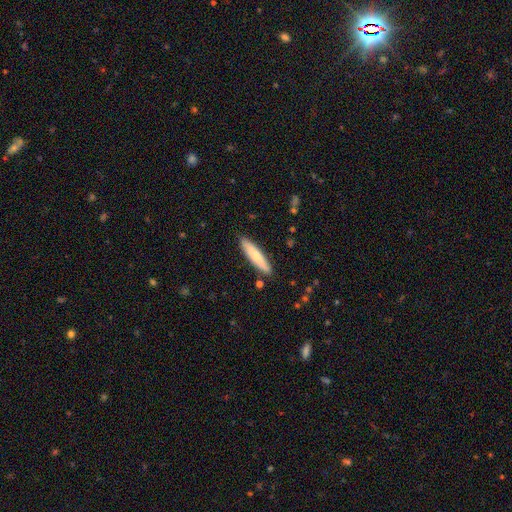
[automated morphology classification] A smooth galaxy with no disk features (74%) that is cigar-shaped (83%). Merging: none (88%).